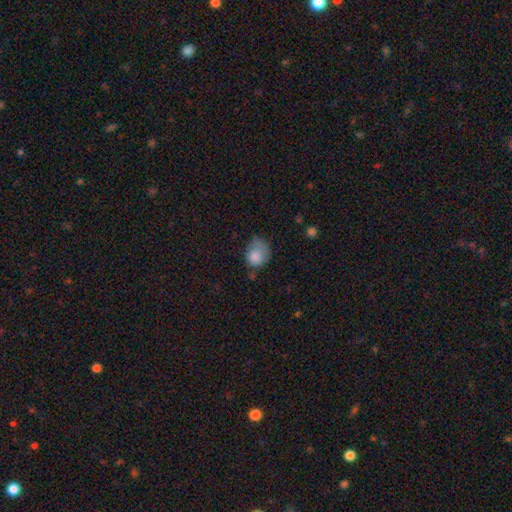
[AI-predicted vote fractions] Smooth or featured?
  - smooth: 81% *
  - featured or disk: 10%
  - star or artifact: 8%
How rounded?
  - round: 59% *
  - in between: 40%
  - cigar-shaped: 1%
Merging?
  - none: 40% *
  - minor disturbance: 36%
  - major disturbance: 21%
  - merger: 3%